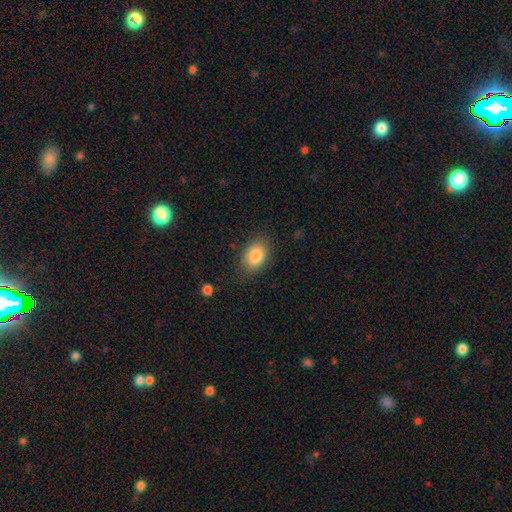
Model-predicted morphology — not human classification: Overall: smooth (84%). How rounded: in between (78%). Merging: none (81%).